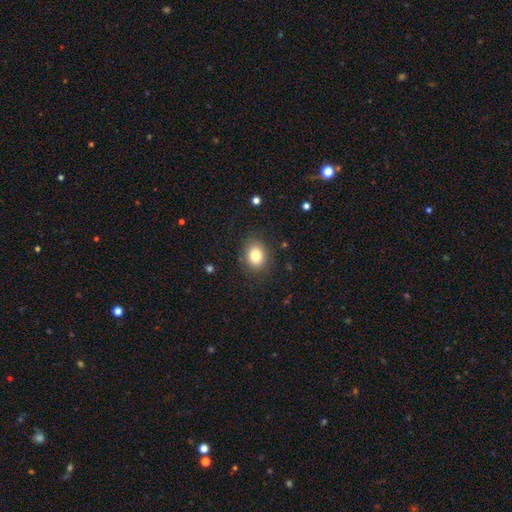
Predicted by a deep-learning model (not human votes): Overall: smooth (82%). How rounded: round (51%; in between 48%). Merging: none (85%).